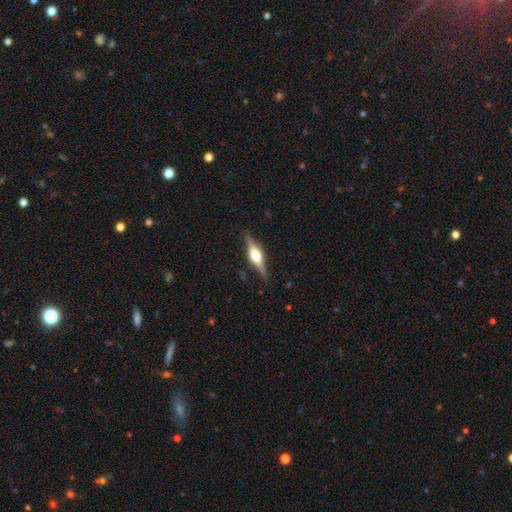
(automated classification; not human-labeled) Smooth or featured? featured or disk (76%)
Edge-on disk? yes (97%)
Edge-on bulge? rounded (93%)
Merging? none (88%)